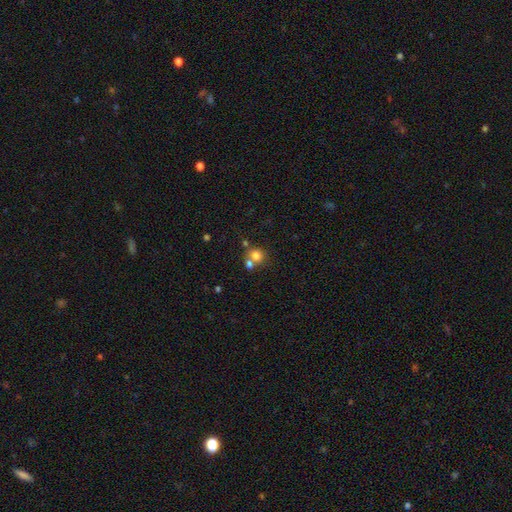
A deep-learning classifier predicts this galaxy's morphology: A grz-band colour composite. It shows a smooth galaxy with no disk features (77%) that is round (81%). Merging: none (47%).